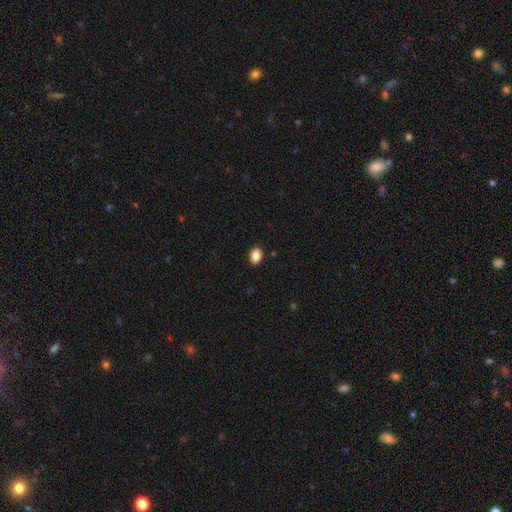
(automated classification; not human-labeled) Smooth or featured: smooth — 88% (star or artifact — 8%)
How rounded: in between — 81% (round — 18%)
Merging: none — 90% (minor disturbance — 8%)